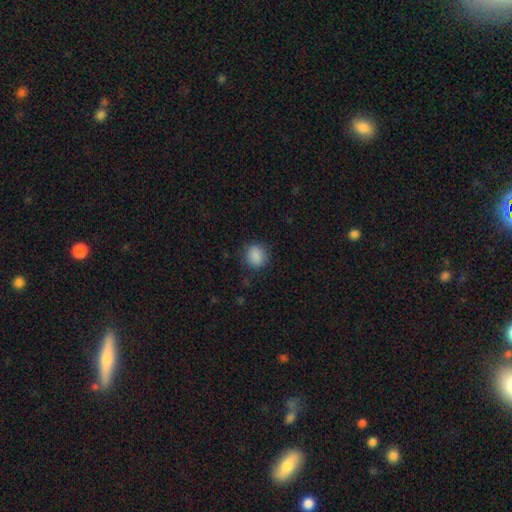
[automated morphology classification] smooth 88%, star or artifact 9%, featured or disk 3%. Down the decision tree: how rounded — round (80%); merging — none (87%).